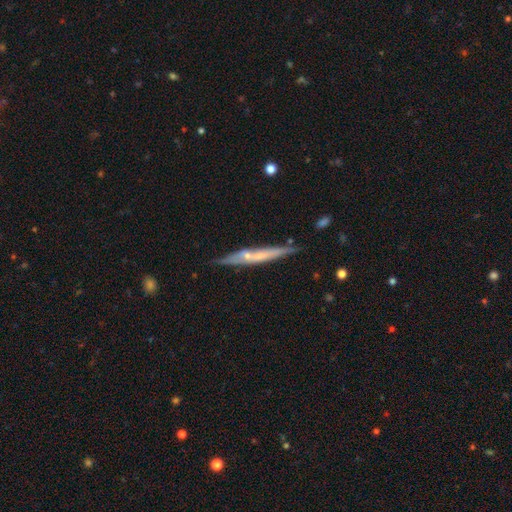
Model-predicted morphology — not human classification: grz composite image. It shows a featured or disk galaxy (57%) viewed edge-on (92%) with no central bulge (57%). Merging: none (76%).